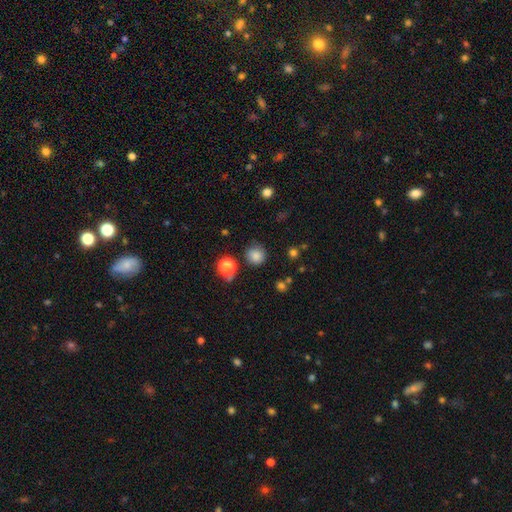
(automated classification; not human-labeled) A smooth galaxy with no disk features (82%) that is round (90%).

Vote fractions:
- Smooth or featured? smooth: 82% / star or artifact: 13% / featured or disk: 5%
- How rounded? round: 90% / in between: 9% / cigar-shaped: 1%
- Merging? none: 79% / minor disturbance: 14% / major disturbance: 4% / merger: 3%